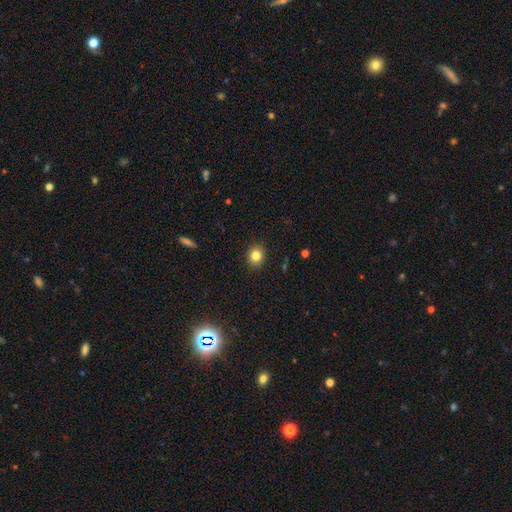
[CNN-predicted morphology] smooth_or_featured: smooth (p=0.83) [alt: star or artifact p=0.11]
how_rounded: round (p=0.70) [alt: in between p=0.29]
merging: none (p=0.90) [alt: minor disturbance p=0.07]